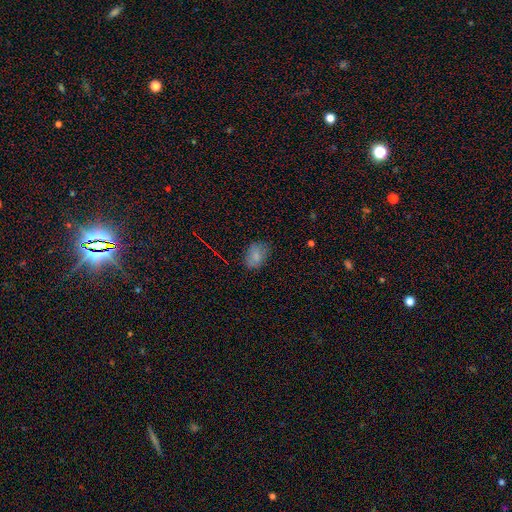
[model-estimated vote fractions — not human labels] Smooth or featured?
  - smooth: 76% *
  - star or artifact: 14%
  - featured or disk: 10%
How rounded?
  - in between: 78% *
  - round: 20%
  - cigar-shaped: 1%
Merging?
  - none: 74% *
  - minor disturbance: 20%
  - major disturbance: 5%
  - merger: 1%